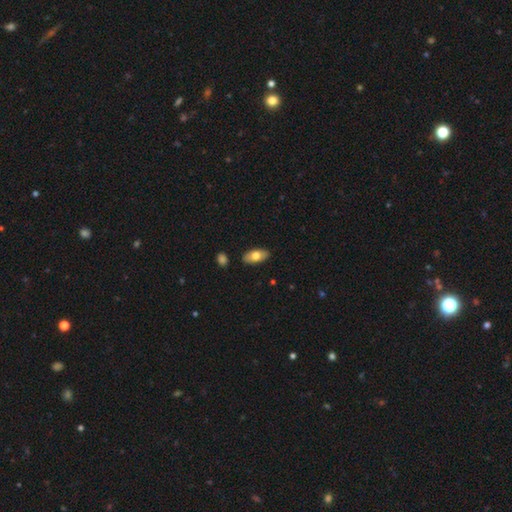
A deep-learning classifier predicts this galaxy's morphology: Q: Smooth or featured?
A: smooth (72%); runner-up: featured or disk (22%)
Q: How rounded?
A: in between (88%); runner-up: cigar-shaped (9%)
Q: Merging?
A: none (87%); runner-up: minor disturbance (10%)